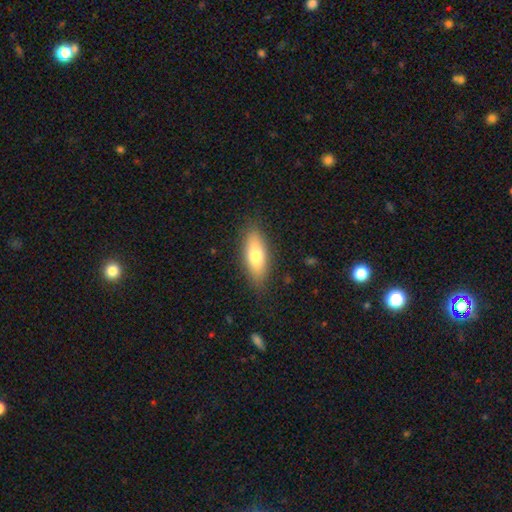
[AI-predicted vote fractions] Smooth or featured? Predicted: smooth (p=0.72). How rounded? Predicted: in between (p=0.68). Merging? Predicted: none (p=0.85).